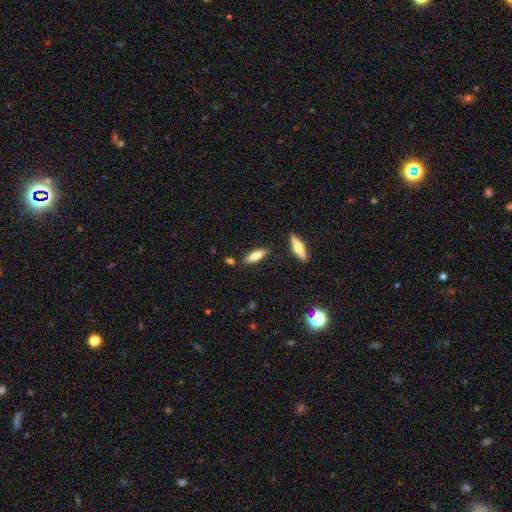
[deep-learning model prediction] Overall: smooth (70%). How rounded: cigar-shaped (58%; in between 40%). Merging: none (82%).